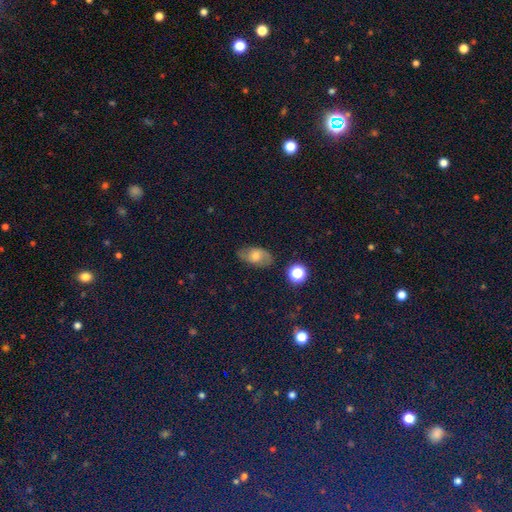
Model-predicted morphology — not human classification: smooth_or_featured: smooth (p=0.49) [alt: featured or disk p=0.37]
merging: none (p=0.76) [alt: minor disturbance p=0.18]